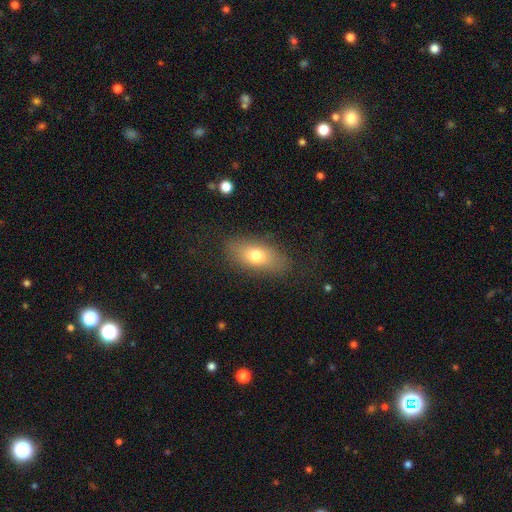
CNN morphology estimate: Overall: smooth (73%). How rounded: in between (82%). Merging: none (82%).